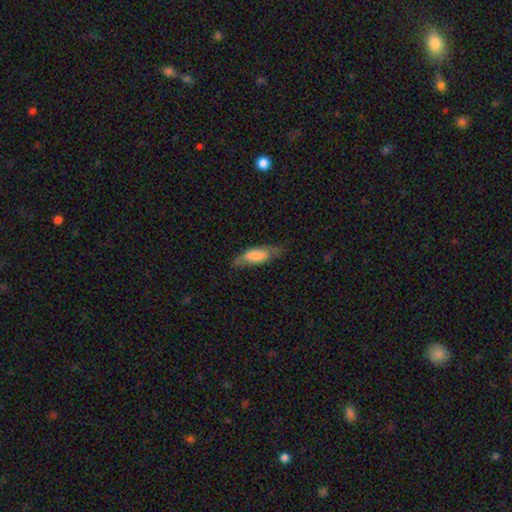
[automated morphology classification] A smooth galaxy with no disk features (66%) that is in between round and cigar-shaped (63%). Merging: none (61%).